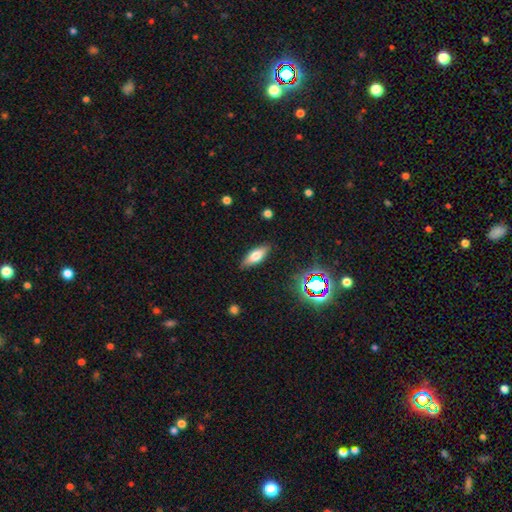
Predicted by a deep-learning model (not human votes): A smooth galaxy with no disk features (63%) that is in between round and cigar-shaped (66%).

Vote fractions:
- Smooth or featured? smooth: 63% / featured or disk: 27% / star or artifact: 10%
- How rounded? in between: 66% / cigar-shaped: 32% / round: 3%
- Merging? none: 86% / minor disturbance: 10% / major disturbance: 2% / merger: 1%